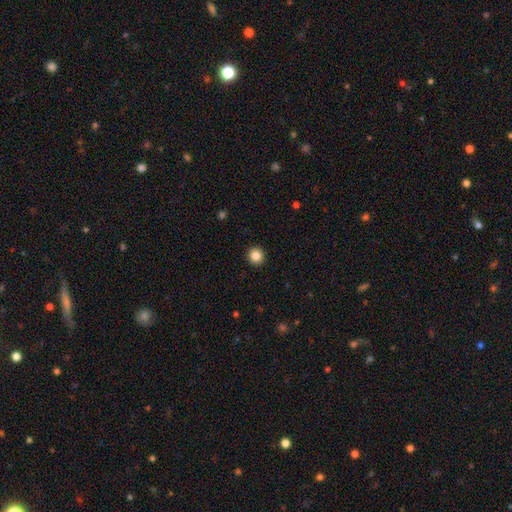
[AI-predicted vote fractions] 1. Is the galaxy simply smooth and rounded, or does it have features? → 85% smooth, 10% star or artifact, 5% featured or disk.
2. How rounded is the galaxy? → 93% round, 6% in between, 1% cigar-shaped.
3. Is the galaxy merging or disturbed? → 93% none, 5% minor disturbance, 2% major disturbance, 1% merger.